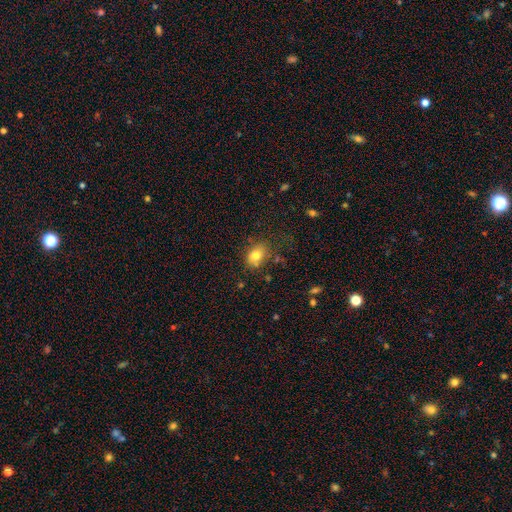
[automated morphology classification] Smooth or featured? smooth (78%)
How rounded? in between (66%)
Merging? none (71%)